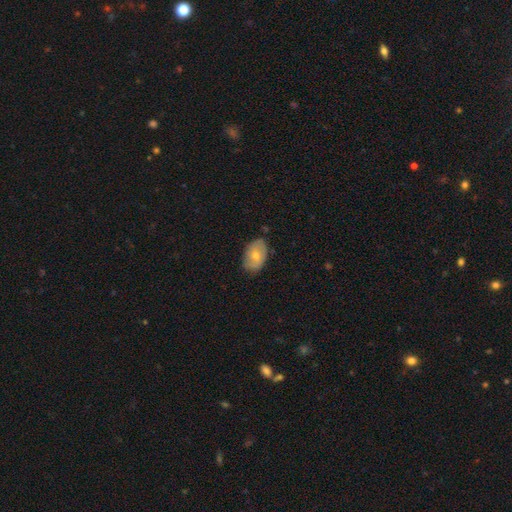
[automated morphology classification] This is likely a smooth galaxy (61%). How rounded: clearly in between (88%). Merging: likely none (76%).